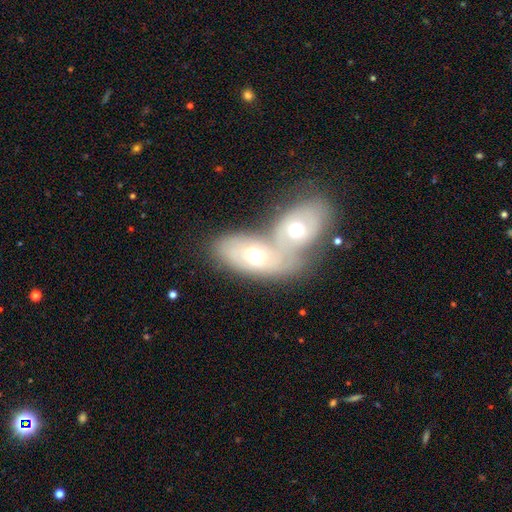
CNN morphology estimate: A featured or disk galaxy (48%). Merging: merger (72%).